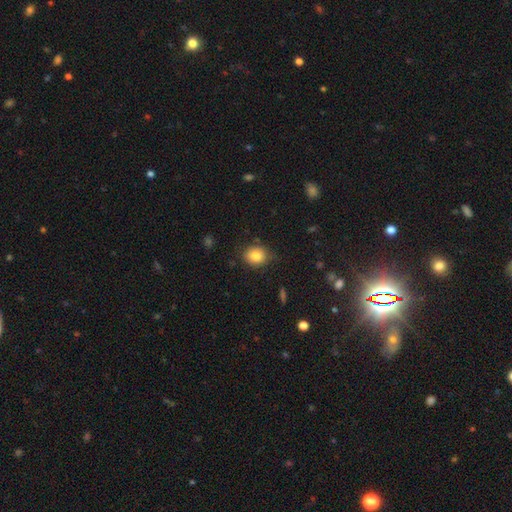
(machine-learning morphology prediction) This appears to be a smooth galaxy with no disk features (83%) that is round (67%). Merging: none (78%).